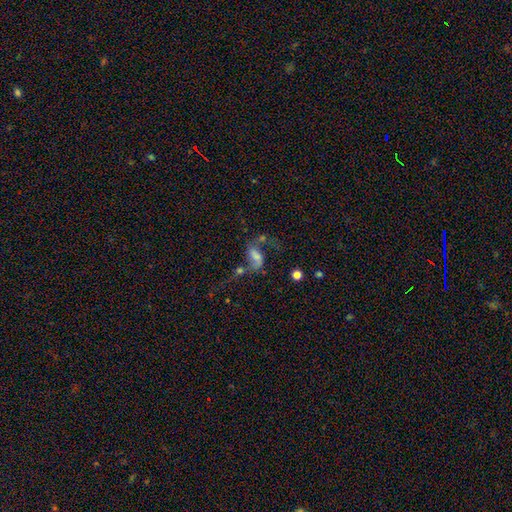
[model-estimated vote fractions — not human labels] Smooth or featured? Predicted: featured or disk (p=0.49). Merging? Predicted: merger (p=0.31).